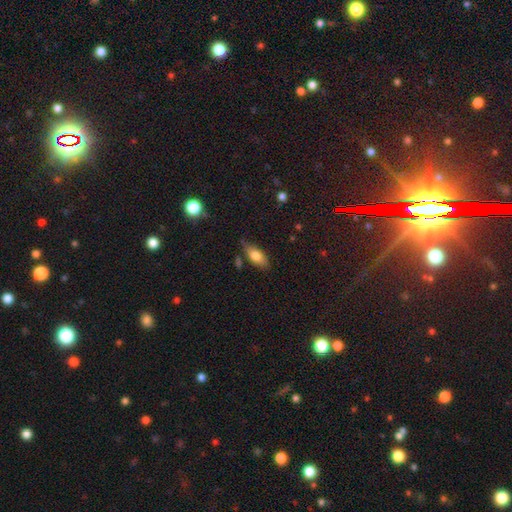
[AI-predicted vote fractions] smooth_or_featured: smooth (p=0.76) [alt: featured or disk p=0.16]
how_rounded: in between (p=0.84) [alt: cigar-shaped p=0.13]
merging: none (p=0.71) [alt: minor disturbance p=0.20]